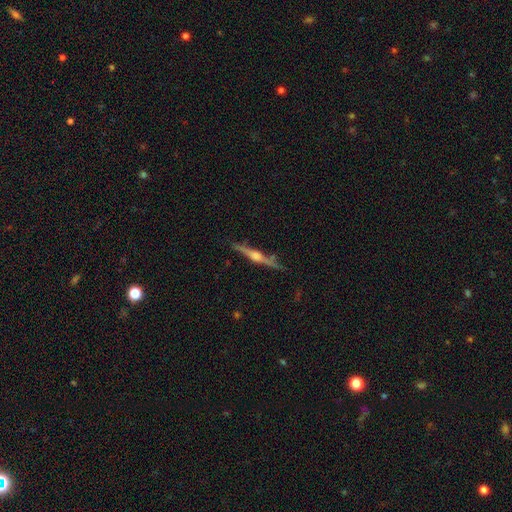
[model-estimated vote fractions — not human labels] This is clearly a featured or disk galaxy (82%). It is clearly viewed edge-on (98%). Edge-on bulge: clearly rounded (89%). Merging: clearly none (86%).